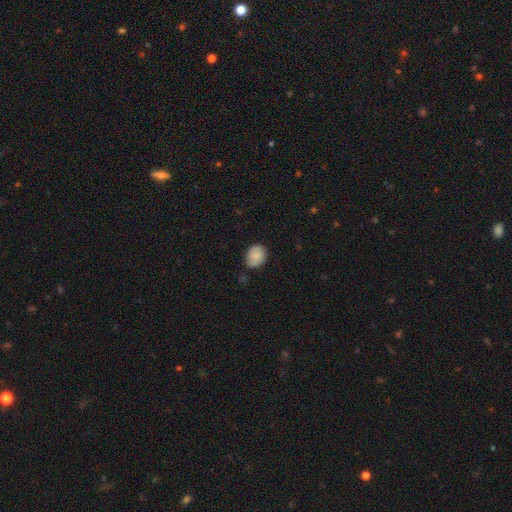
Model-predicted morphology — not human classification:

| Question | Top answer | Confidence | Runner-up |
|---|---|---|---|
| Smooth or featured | smooth | 83% | featured or disk (9%) |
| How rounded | in between | 50% | round (49%) |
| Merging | none | 70% | minor disturbance (23%) |